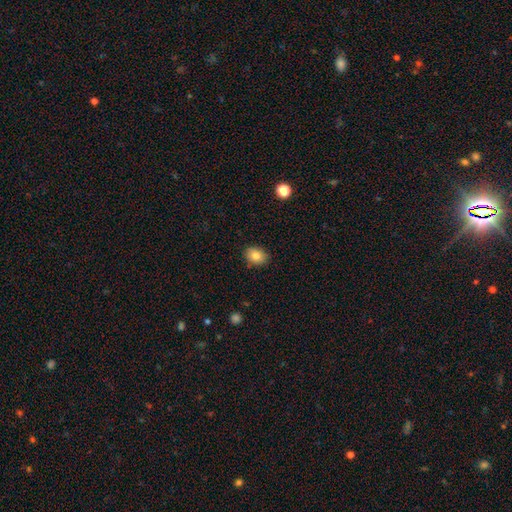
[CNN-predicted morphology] Overall: smooth (82%). How rounded: in between (64%; round 35%). Merging: none (86%).